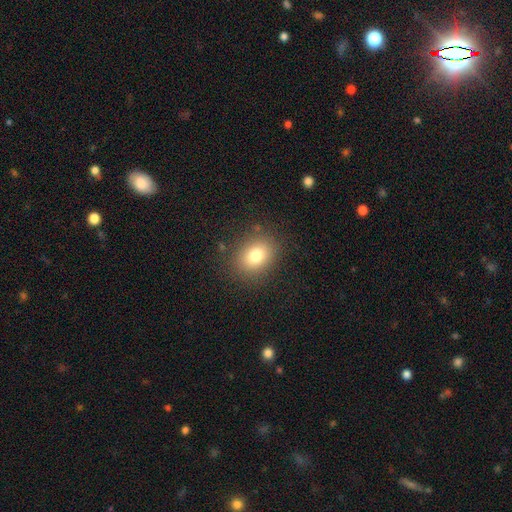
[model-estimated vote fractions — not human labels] The model was most divided on "how rounded": in between: 53%, round: 46%, cigar-shaped: 1%. More confident: merging — none (85%); smooth or featured — smooth (78%).